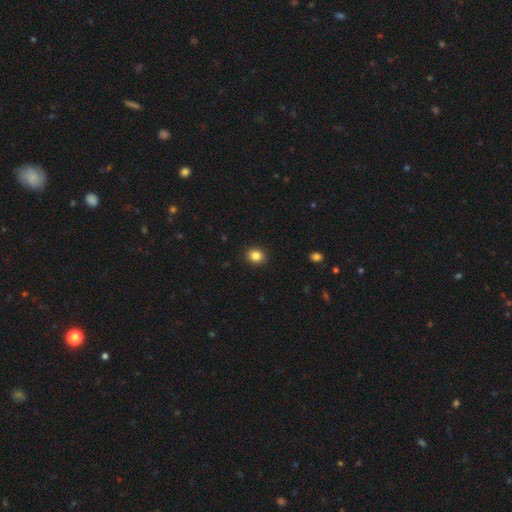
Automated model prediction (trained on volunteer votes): A smooth galaxy with no disk features (85%) that is round (66%).

Vote fractions:
- Smooth or featured? smooth: 85% / star or artifact: 10% / featured or disk: 5%
- How rounded? round: 66% / in between: 33% / cigar-shaped: 1%
- Merging? none: 91% / minor disturbance: 6% / major disturbance: 2% / merger: 1%